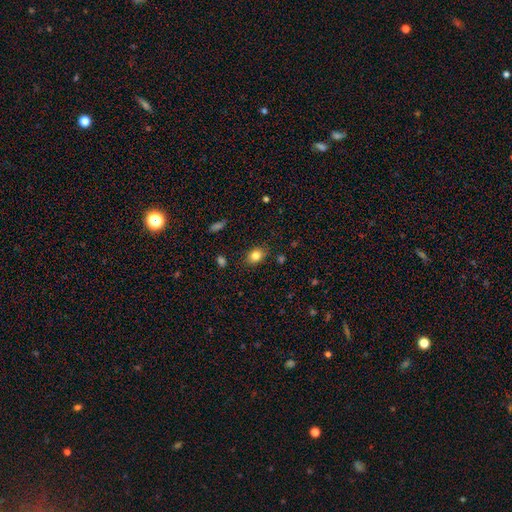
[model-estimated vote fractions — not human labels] smooth-or-featured: smooth: 83% | star or artifact: 10% | featured or disk: 7%
  how-rounded: in between: 69% | round: 30% | cigar-shaped: 1%
  merging: none: 83% | minor disturbance: 12% | major disturbance: 3% | merger: 2%